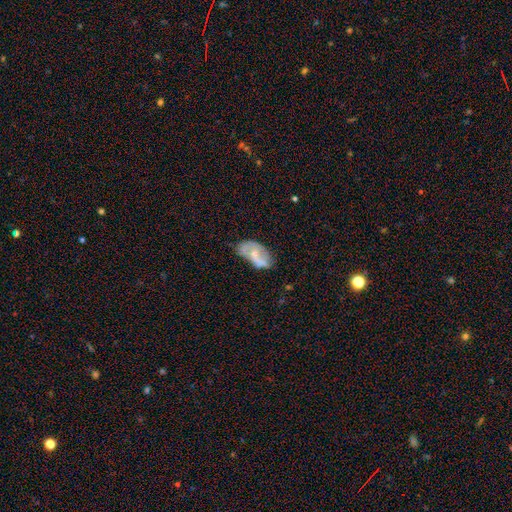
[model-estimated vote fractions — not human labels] smooth_or_featured: featured or disk (p=0.49) [alt: smooth p=0.43]
merging: none (p=0.39) [alt: minor disturbance p=0.32]